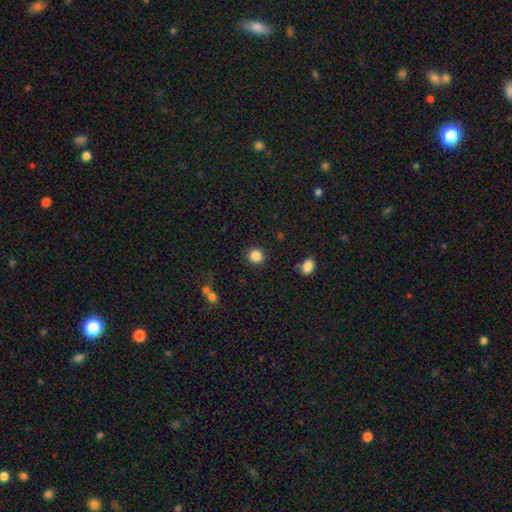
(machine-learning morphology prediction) Smooth or featured: smooth — 86% (star or artifact — 10%)
How rounded: round — 87% (in between — 12%)
Merging: none — 89% (minor disturbance — 6%)